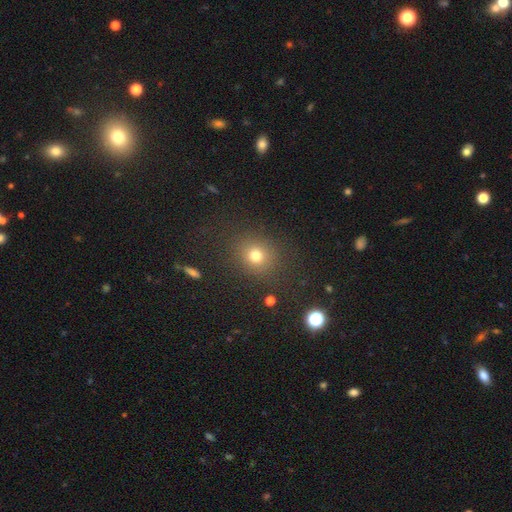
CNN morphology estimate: smooth-or-featured: smooth: 75% | star or artifact: 17% | featured or disk: 8%
  how-rounded: round: 76% | in between: 22% | cigar-shaped: 1%
  merging: none: 84% | minor disturbance: 9% | major disturbance: 5% | merger: 2%